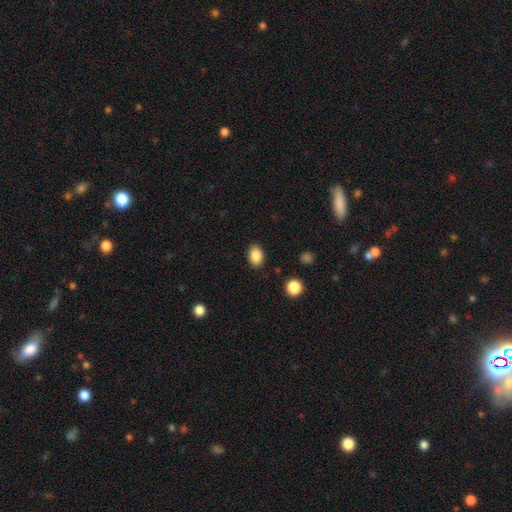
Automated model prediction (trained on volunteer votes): smooth_or_featured: smooth (p=0.87) [alt: star or artifact p=0.09]
how_rounded: in between (p=0.80) [alt: round p=0.19]
merging: none (p=0.87) [alt: minor disturbance p=0.09]